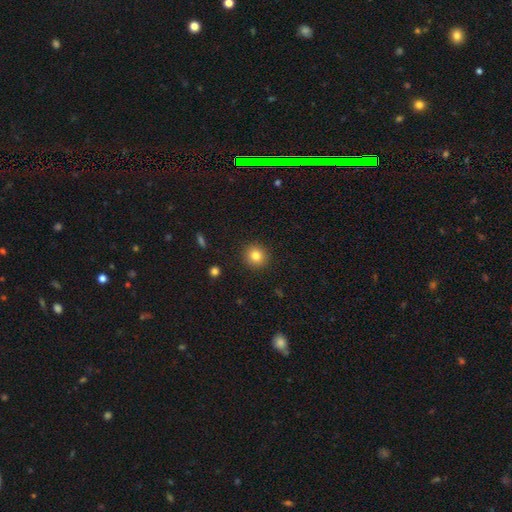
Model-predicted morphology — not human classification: This is clearly a smooth galaxy (82%). How rounded: clearly round (88%). Merging: clearly none (91%).